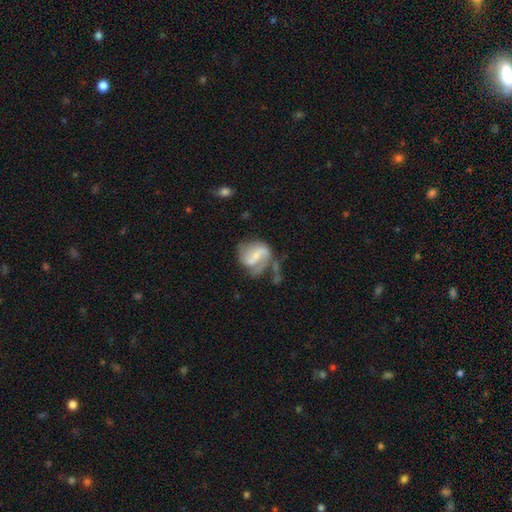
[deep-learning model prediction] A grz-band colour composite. It shows a featured or disk galaxy (70%) with a weak bar (42%), 2 (68%) medium (42%) spiral arms (84%) and a small central bulge (45%). Merging: none (40%).